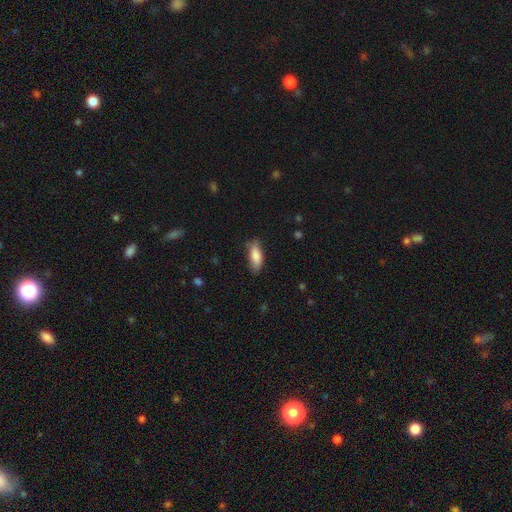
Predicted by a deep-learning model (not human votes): Morphology: type=smooth (85%); roundness=in between (74%); merging=none (72%).